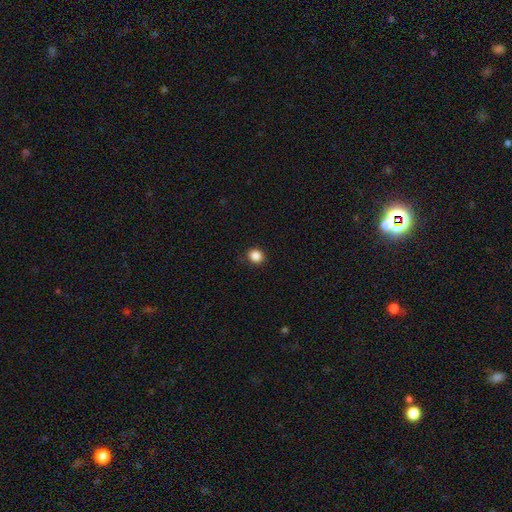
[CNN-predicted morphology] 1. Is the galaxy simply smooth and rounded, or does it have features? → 86% smooth, 11% star or artifact, 3% featured or disk.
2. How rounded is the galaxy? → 72% round, 27% in between, 1% cigar-shaped.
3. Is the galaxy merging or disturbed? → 86% none, 11% minor disturbance, 2% major disturbance, 1% merger.